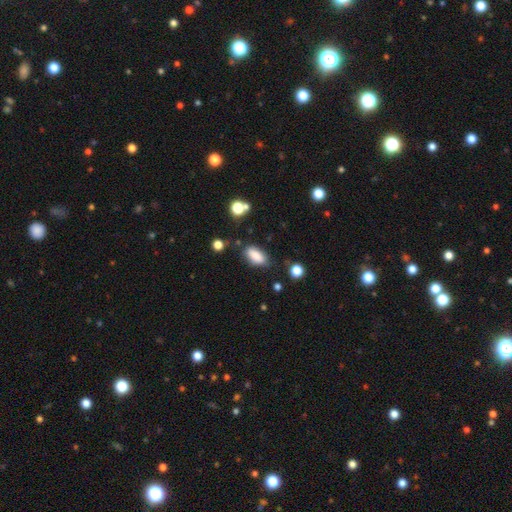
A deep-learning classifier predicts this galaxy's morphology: A smooth galaxy with no disk features (86%) that is in between round and cigar-shaped (89%).

Vote fractions:
- Smooth or featured? smooth: 86% / star or artifact: 8% / featured or disk: 6%
- How rounded? in between: 89% / cigar-shaped: 8% / round: 4%
- Merging? none: 75% / minor disturbance: 17% / major disturbance: 5% / merger: 3%